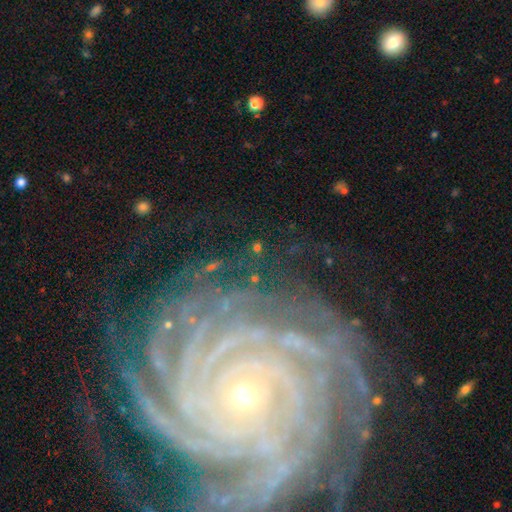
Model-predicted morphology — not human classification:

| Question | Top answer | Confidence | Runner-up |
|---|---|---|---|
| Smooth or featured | featured or disk | 86% | star or artifact (9%) |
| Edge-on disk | no | 97% | yes (3%) |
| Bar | no | 63% | weak (20%) |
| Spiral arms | yes | 98% | no (2%) |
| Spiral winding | tight | 82% | medium (16%) |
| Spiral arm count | more than 4 | 29% | 4 (20%) |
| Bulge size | small | 78% | moderate (17%) |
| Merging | none | 76% | minor disturbance (15%) |